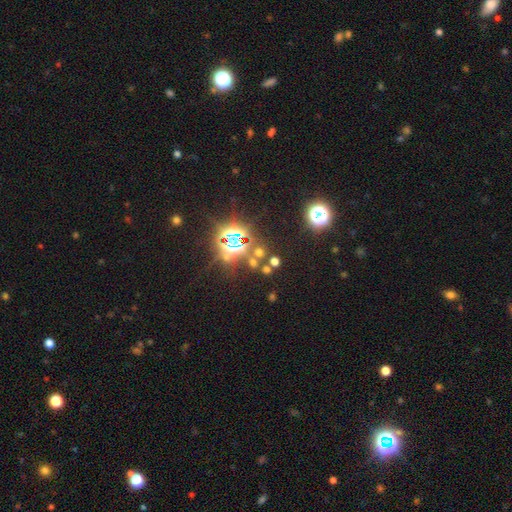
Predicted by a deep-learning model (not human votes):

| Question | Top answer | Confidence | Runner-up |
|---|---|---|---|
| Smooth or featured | star or artifact | 79% | smooth (13%) |